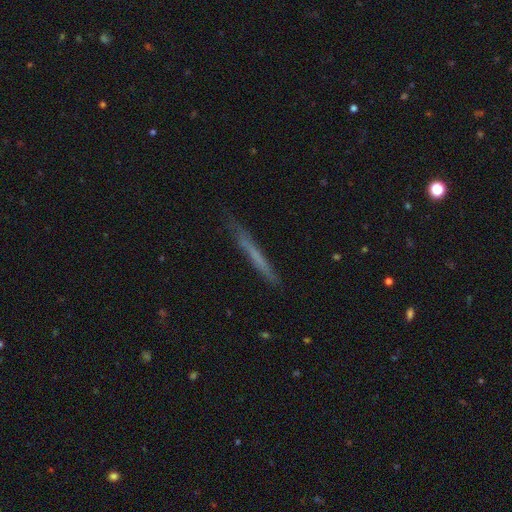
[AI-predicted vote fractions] Overall: smooth (54%; featured or disk 39%). How rounded: cigar-shaped (96%). Merging: none (82%).